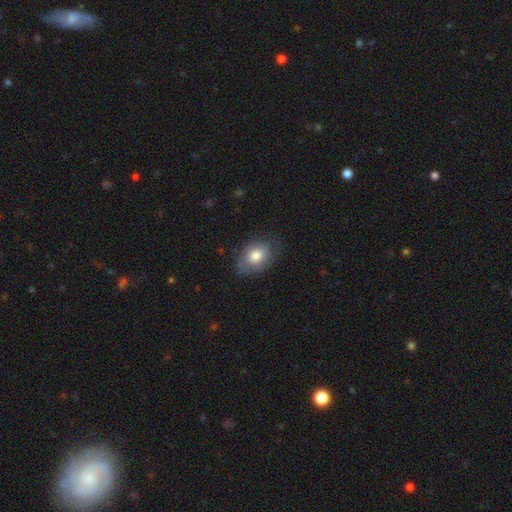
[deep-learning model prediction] A smooth galaxy with no disk features (77%) that is in between round and cigar-shaped (77%). Merging: none (71%).